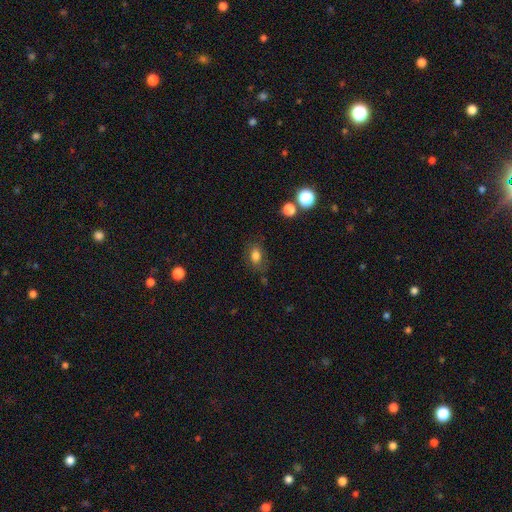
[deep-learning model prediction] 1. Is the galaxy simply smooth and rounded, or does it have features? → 78% smooth, 12% star or artifact, 10% featured or disk.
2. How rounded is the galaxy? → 77% in between, 21% round, 2% cigar-shaped.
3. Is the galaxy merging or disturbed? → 72% none, 18% minor disturbance, 7% major disturbance, 3% merger.